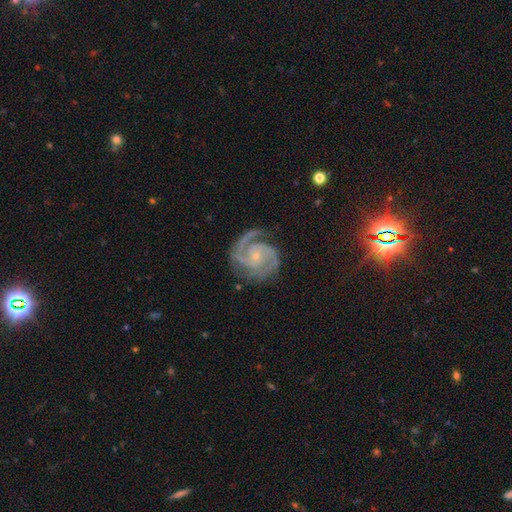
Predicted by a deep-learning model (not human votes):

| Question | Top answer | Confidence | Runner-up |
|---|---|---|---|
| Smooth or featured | featured or disk | 93% | star or artifact (4%) |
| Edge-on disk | no | 98% | yes (2%) |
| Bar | no | 69% | weak (24%) |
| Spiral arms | yes | 99% | no (1%) |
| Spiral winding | tight | 53% | medium (42%) |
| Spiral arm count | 2 | 78% | 3 (12%) |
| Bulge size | small | 79% | moderate (15%) |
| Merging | none | 76% | minor disturbance (17%) |